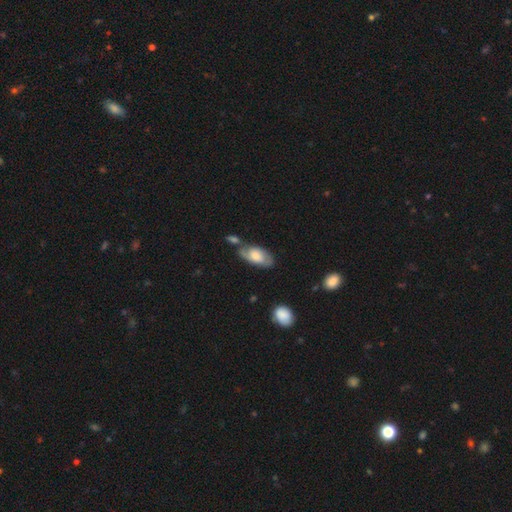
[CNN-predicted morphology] The model was most divided on "smooth or featured": smooth: 58%, featured or disk: 36%, star or artifact: 6%. Remaining: how rounded — in between (91%); merging — none (46%).